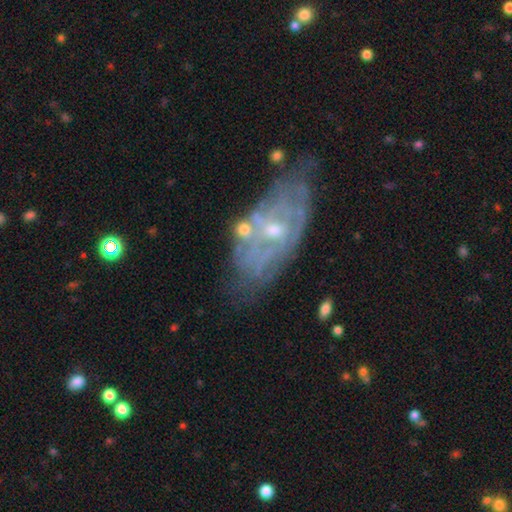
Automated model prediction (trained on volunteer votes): A featured or disk galaxy (77%) with no bar (67%), spiral arms (64%) and a small central bulge (53%). Merging: none (53%).